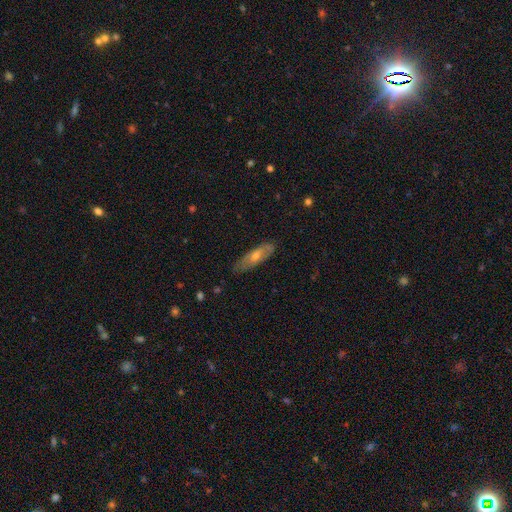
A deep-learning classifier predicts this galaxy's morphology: Q: Smooth or featured?
A: featured or disk (50%); runner-up: smooth (43%)
Q: Edge-on disk?
A: no (63%); runner-up: yes (37%)
Q: Merging?
A: none (76%); runner-up: minor disturbance (19%)